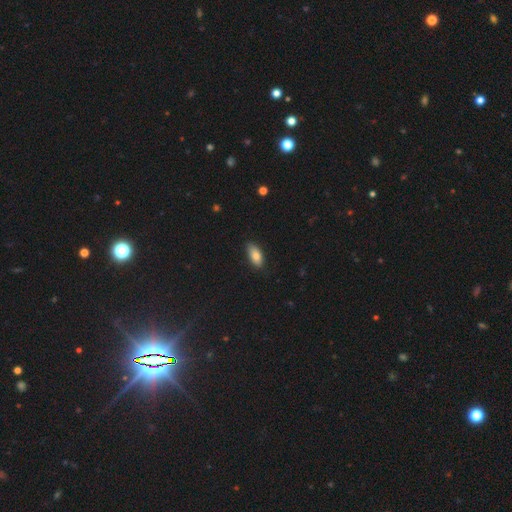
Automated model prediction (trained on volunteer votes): smooth-or-featured: smooth: 82% | featured or disk: 11% | star or artifact: 8%
  how-rounded: in between: 89% | cigar-shaped: 8% | round: 3%
  merging: none: 81% | minor disturbance: 16% | major disturbance: 2% | merger: 1%